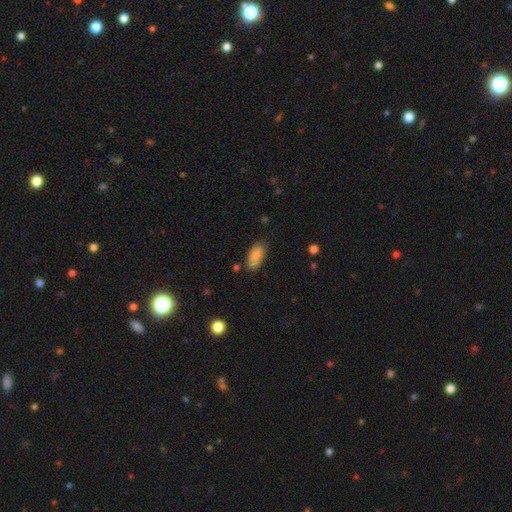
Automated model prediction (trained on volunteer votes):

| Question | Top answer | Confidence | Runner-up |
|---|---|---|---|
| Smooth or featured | smooth | 86% | star or artifact (7%) |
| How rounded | in between | 91% | cigar-shaped (6%) |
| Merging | none | 71% | minor disturbance (21%) |